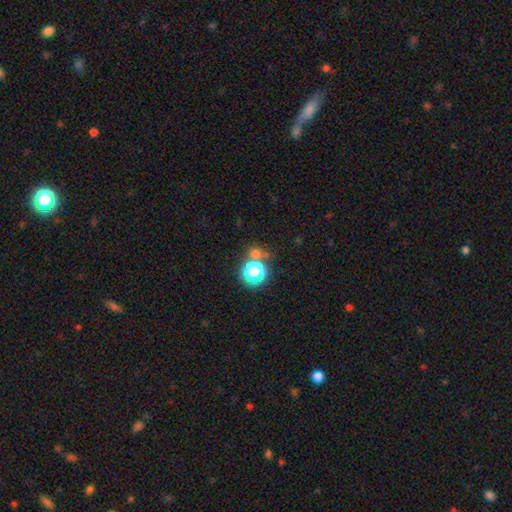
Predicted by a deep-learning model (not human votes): star or artifact 50%, smooth 42%, featured or disk 9%.